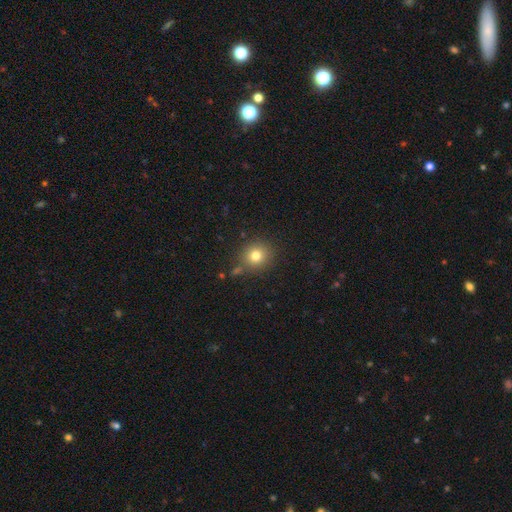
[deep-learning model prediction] Smooth or featured?
  - smooth: 78% *
  - star or artifact: 14%
  - featured or disk: 9%
How rounded?
  - round: 87% *
  - in between: 12%
  - cigar-shaped: 1%
Merging?
  - none: 80% *
  - minor disturbance: 11%
  - merger: 6%
  - major disturbance: 4%